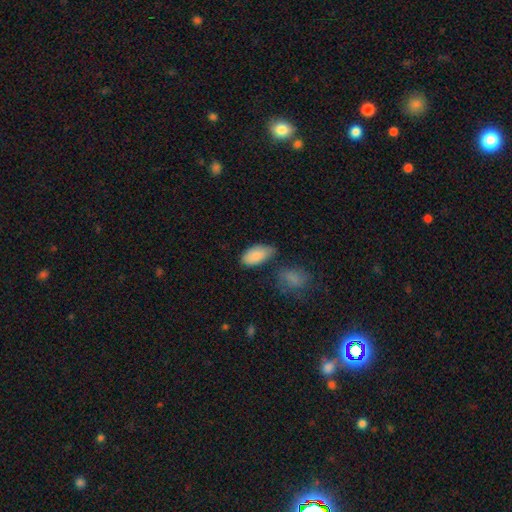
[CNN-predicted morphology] type=smooth (87%); roundness=in between (94%); merging=none (60%).